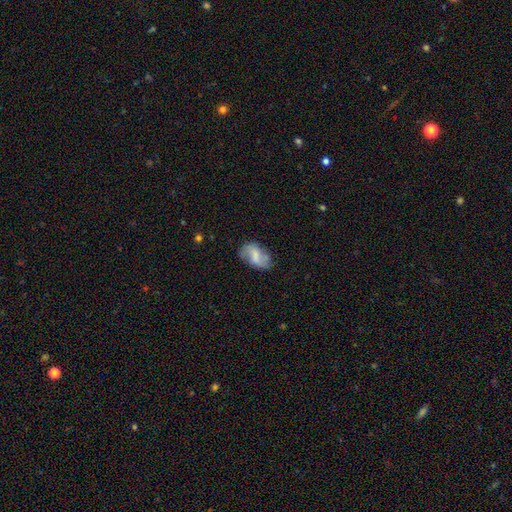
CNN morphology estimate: This appears to be a featured or disk galaxy (47%). Merging: none (65%).